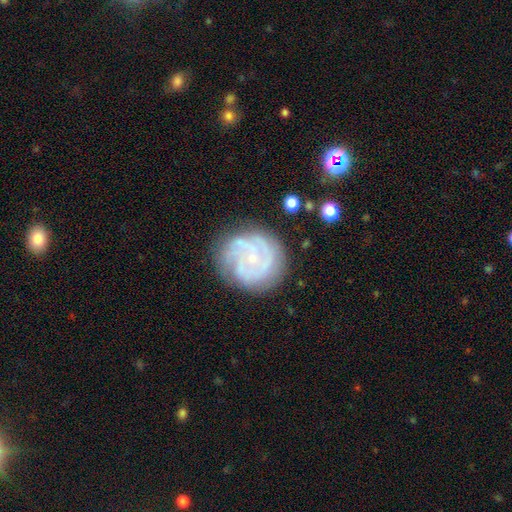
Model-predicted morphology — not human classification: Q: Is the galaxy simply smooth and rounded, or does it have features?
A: featured or disk — 84%.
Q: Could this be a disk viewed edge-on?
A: no — 98%.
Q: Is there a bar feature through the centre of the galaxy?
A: no — 69%.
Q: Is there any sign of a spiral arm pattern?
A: yes — 96%.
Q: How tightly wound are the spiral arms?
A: tight — 68%.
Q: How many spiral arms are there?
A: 3 — 37%.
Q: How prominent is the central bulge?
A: small — 81%.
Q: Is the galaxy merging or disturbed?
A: none — 78%.